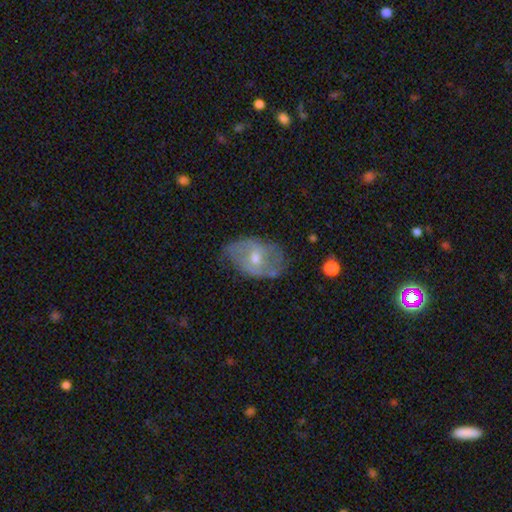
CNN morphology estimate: Smooth or featured? featured or disk (66%)
Edge-on disk? no (94%)
Bar? no (55%)
Spiral arms? yes (70%)
Bulge size? moderate (57%)
Merging? none (63%)